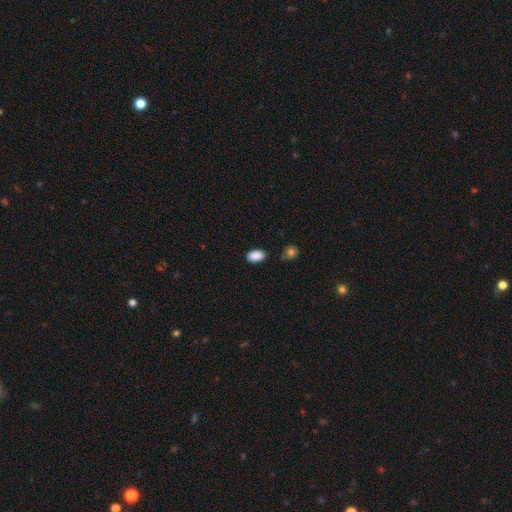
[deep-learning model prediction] Overall: smooth (89%). How rounded: in between (93%). Merging: none (81%).